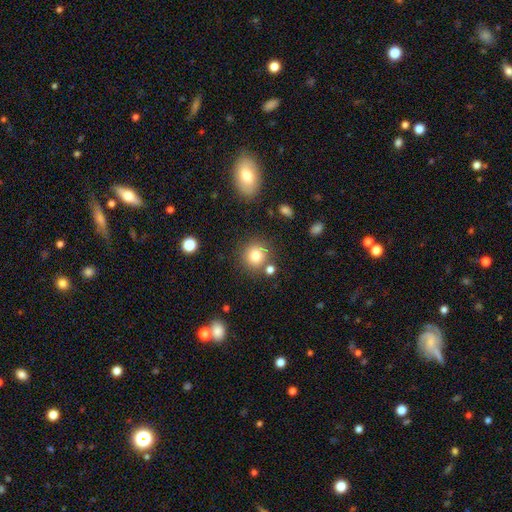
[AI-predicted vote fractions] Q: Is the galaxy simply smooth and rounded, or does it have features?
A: smooth — 79%.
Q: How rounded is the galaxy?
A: round — 90%.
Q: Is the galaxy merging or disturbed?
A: none — 78%.